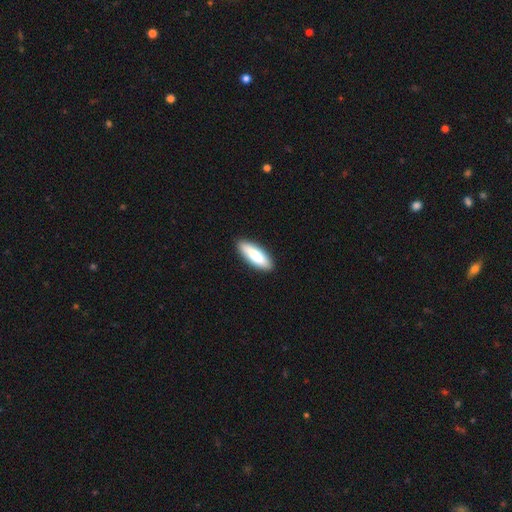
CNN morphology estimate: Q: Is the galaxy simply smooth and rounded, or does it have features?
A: smooth — 79%.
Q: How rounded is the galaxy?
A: in between — 54%.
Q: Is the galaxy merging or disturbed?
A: none — 90%.